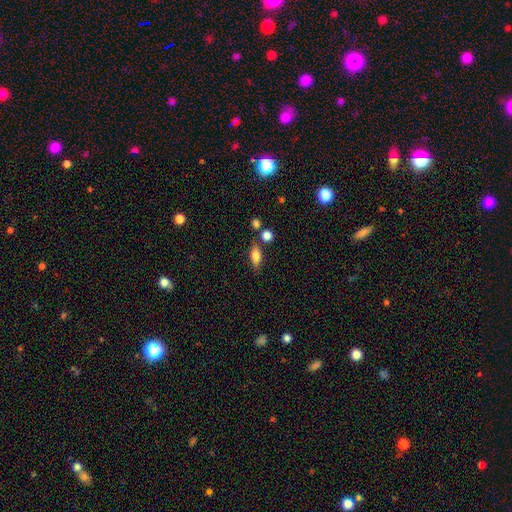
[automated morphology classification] Q: Smooth or featured?
A: smooth (76%); runner-up: featured or disk (16%)
Q: How rounded?
A: in between (74%); runner-up: cigar-shaped (20%)
Q: Merging?
A: none (72%); runner-up: minor disturbance (13%)